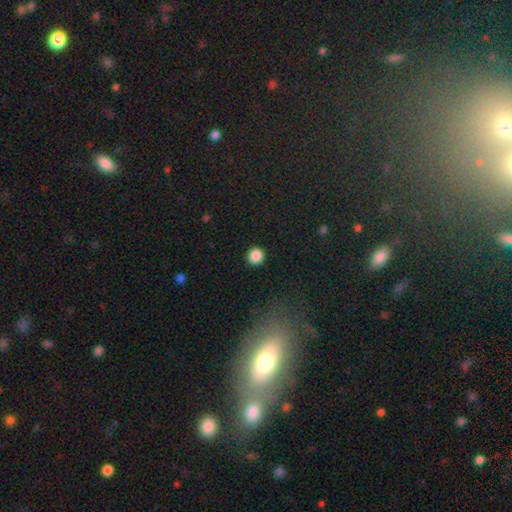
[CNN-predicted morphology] smooth_or_featured: smooth (p=0.87) [alt: star or artifact p=0.10]
how_rounded: round (p=0.95) [alt: in between p=0.04]
merging: none (p=0.93) [alt: minor disturbance p=0.05]